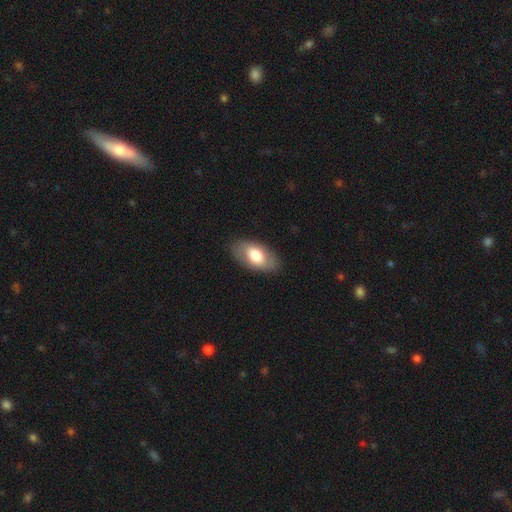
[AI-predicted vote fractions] Smooth or featured?
  - smooth: 69% *
  - featured or disk: 25%
  - star or artifact: 6%
How rounded?
  - in between: 93% *
  - round: 4%
  - cigar-shaped: 3%
Merging?
  - none: 84% *
  - minor disturbance: 11%
  - major disturbance: 3%
  - merger: 1%